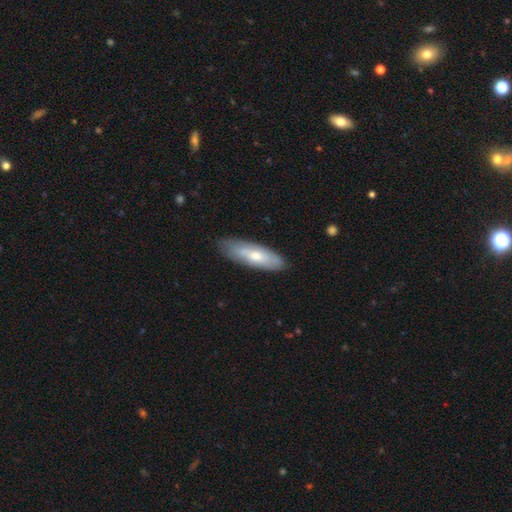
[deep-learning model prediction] A smooth galaxy with no disk features (57%) that is in between round and cigar-shaped (53%).

Vote fractions:
- Smooth or featured? smooth: 57% / featured or disk: 38% / star or artifact: 6%
- How rounded? in between: 53% / cigar-shaped: 45% / round: 2%
- Merging? none: 81% / minor disturbance: 15% / major disturbance: 3% / merger: 1%